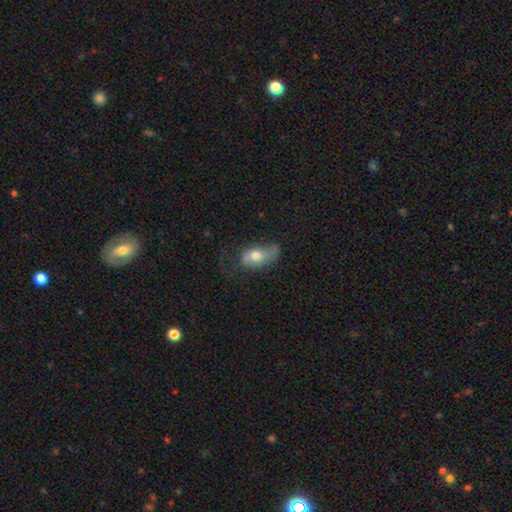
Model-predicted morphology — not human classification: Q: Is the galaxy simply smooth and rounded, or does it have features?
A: smooth — 63%.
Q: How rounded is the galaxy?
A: in between — 87%.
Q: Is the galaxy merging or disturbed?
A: none — 36%.